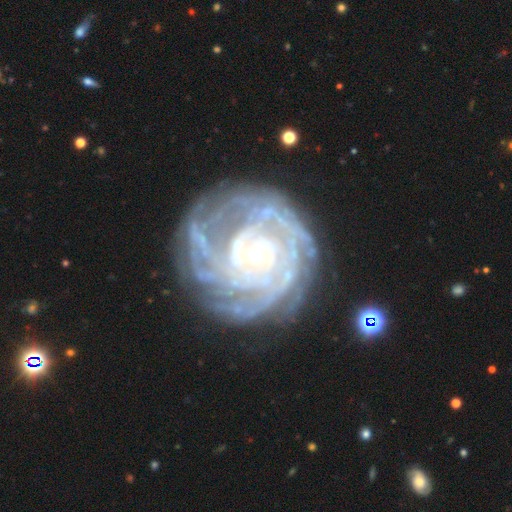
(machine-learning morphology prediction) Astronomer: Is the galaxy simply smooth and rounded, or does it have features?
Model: featured or disk — 89%.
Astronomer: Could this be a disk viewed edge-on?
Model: no — 97%.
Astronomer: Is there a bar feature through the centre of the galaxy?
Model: no — 60%.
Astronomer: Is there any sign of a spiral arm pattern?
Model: yes — 95%.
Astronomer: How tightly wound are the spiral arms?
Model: tight — 80%.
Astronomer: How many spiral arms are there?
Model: can't tell — 31% (runner-up: more than 4, 20%).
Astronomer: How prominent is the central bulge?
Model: small — 50% (runner-up: moderate, 45%).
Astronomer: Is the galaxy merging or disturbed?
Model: none — 74%.